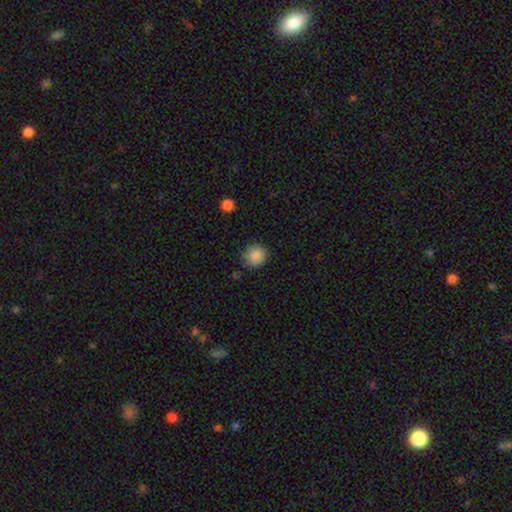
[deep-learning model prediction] Q: Smooth or featured?
A: smooth (88%); runner-up: star or artifact (9%)
Q: How rounded?
A: round (88%); runner-up: in between (11%)
Q: Merging?
A: none (84%); runner-up: minor disturbance (12%)